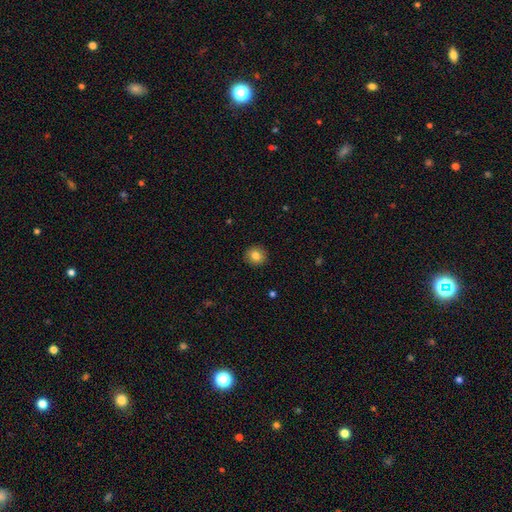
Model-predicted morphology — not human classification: smooth 83%, star or artifact 10%, featured or disk 8%. Down the decision tree: how rounded — round (89%); merging — none (92%).